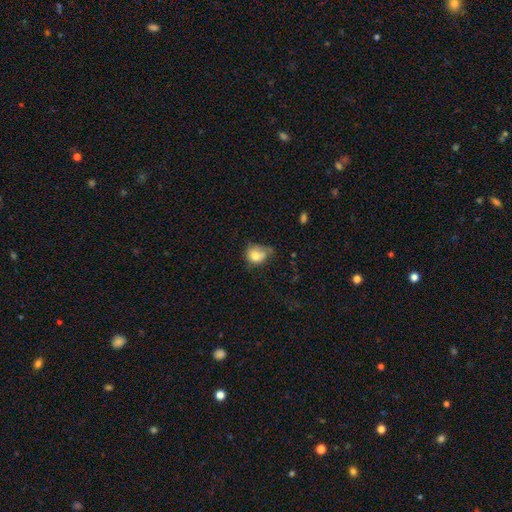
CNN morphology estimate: smooth_or_featured: smooth (p=0.78) [alt: featured or disk p=0.12]
how_rounded: round (p=0.58) [alt: in between p=0.41]
merging: minor disturbance (p=0.40) [alt: none p=0.34]